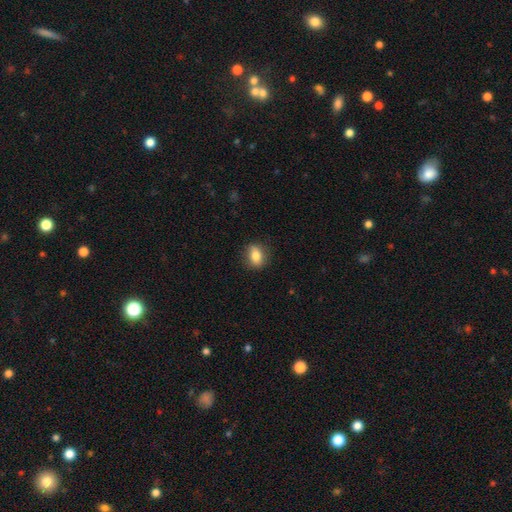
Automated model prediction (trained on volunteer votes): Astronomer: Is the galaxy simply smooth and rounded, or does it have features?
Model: smooth — 79%.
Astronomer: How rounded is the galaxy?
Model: in between — 65%.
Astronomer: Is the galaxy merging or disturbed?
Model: none — 84%.